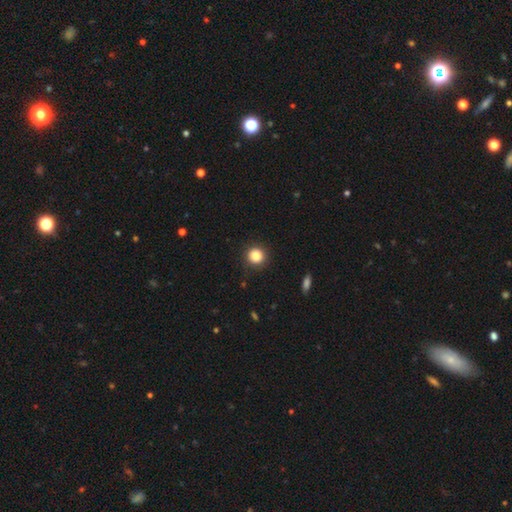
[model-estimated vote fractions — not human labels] smooth_or_featured: smooth (p=0.84) [alt: star or artifact p=0.11]
how_rounded: round (p=0.94) [alt: in between p=0.05]
merging: none (p=0.90) [alt: minor disturbance p=0.07]